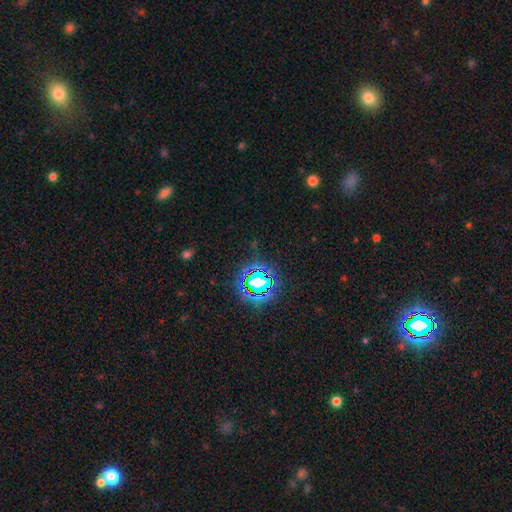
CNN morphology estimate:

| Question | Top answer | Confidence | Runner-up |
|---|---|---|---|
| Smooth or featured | star or artifact | 78% | smooth (14%) |